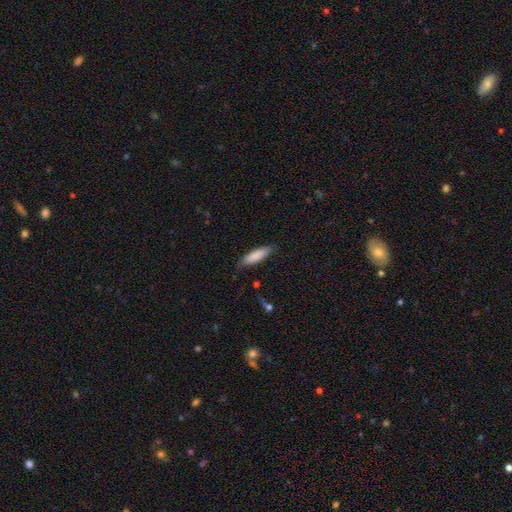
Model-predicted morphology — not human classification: Q: Smooth or featured?
A: smooth (85%); runner-up: featured or disk (10%)
Q: How rounded?
A: cigar-shaped (65%); runner-up: in between (34%)
Q: Merging?
A: none (85%); runner-up: minor disturbance (12%)